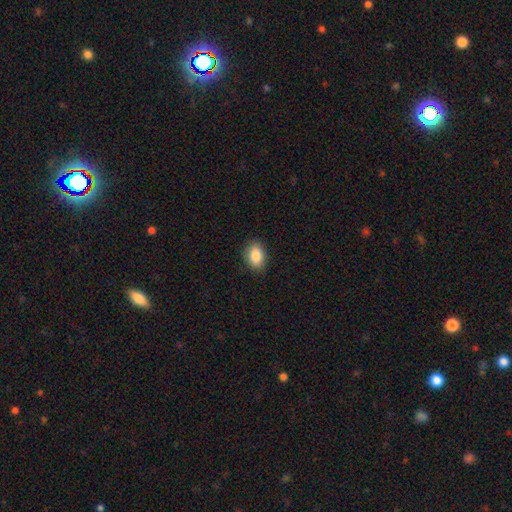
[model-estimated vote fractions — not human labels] smooth 87%, star or artifact 8%, featured or disk 5%. Down the decision tree: how rounded — in between (82%); merging — none (87%).